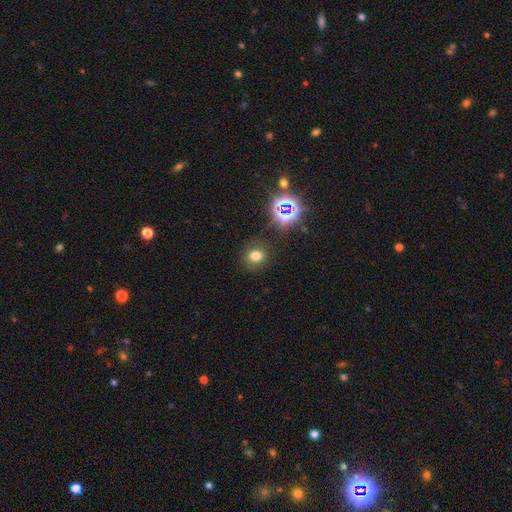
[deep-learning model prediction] smooth_or_featured: smooth (p=0.67) [alt: star or artifact p=0.24]
how_rounded: round (p=0.63) [alt: in between p=0.36]
merging: none (p=0.83) [alt: minor disturbance p=0.11]